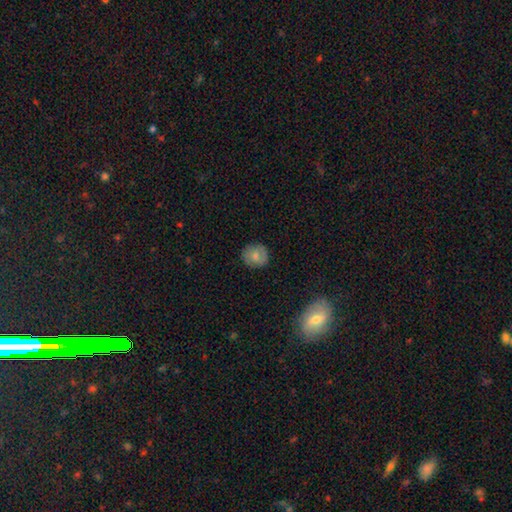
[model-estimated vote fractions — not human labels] A smooth galaxy with no disk features (72%) that is round (86%). Merging: none (85%).